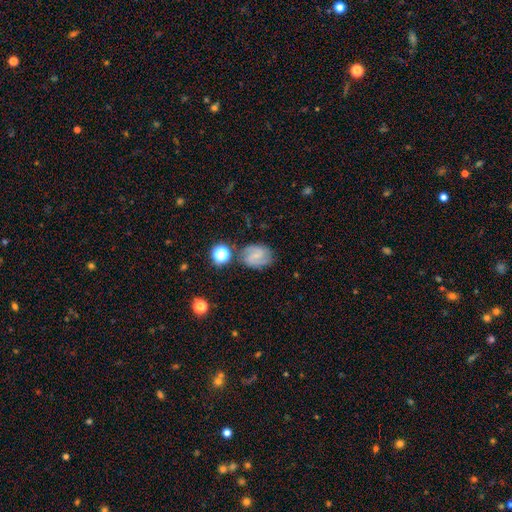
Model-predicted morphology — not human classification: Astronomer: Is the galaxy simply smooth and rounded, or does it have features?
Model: featured or disk — 61%.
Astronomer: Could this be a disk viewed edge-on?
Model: no — 97%.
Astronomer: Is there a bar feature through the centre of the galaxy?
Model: weak — 49% (runner-up: no, 37%).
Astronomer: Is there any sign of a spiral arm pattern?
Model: yes — 92%.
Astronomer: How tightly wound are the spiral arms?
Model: medium — 48% (runner-up: tight, 34%).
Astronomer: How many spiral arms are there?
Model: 2 — 78%.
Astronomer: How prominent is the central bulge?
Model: small — 61%.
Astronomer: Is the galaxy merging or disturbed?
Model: none — 72%.